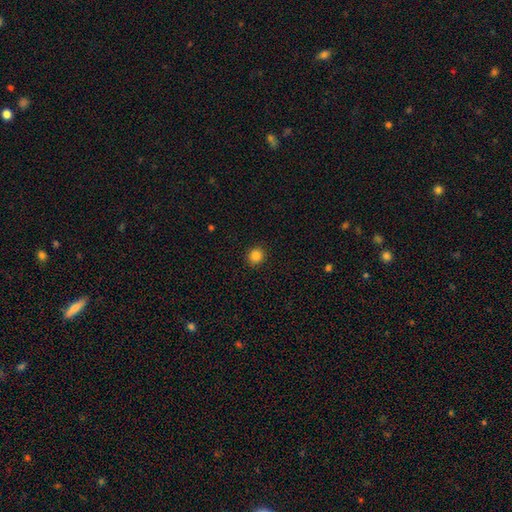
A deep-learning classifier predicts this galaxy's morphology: This appears to be a smooth galaxy with no disk features (85%) that is round (89%). Merging: none (92%).